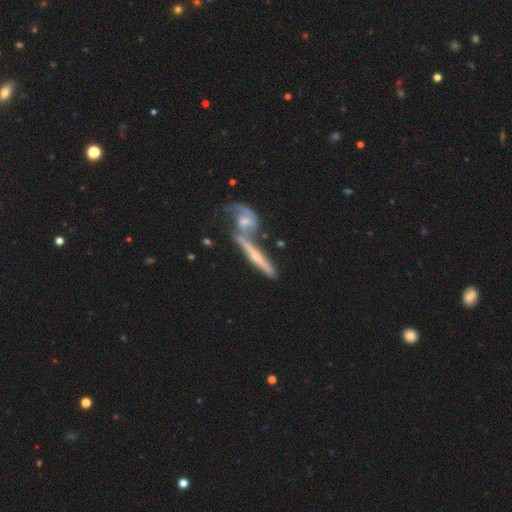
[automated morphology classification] Overall: featured or disk (77%). Edge-on disk: yes (86%). Edge-on bulge: rounded (78%). Merging: merger (42%, tied with none).